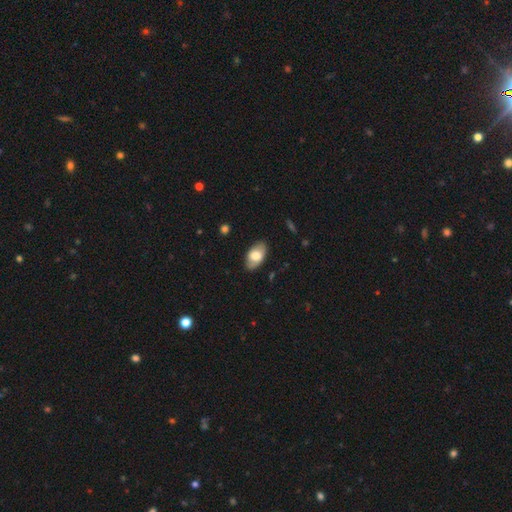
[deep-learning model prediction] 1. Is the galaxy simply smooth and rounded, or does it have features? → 68% smooth, 26% featured or disk, 6% star or artifact.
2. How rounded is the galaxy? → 94% in between, 5% round, 2% cigar-shaped.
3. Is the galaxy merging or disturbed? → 80% none, 16% minor disturbance, 3% major disturbance, 1% merger.